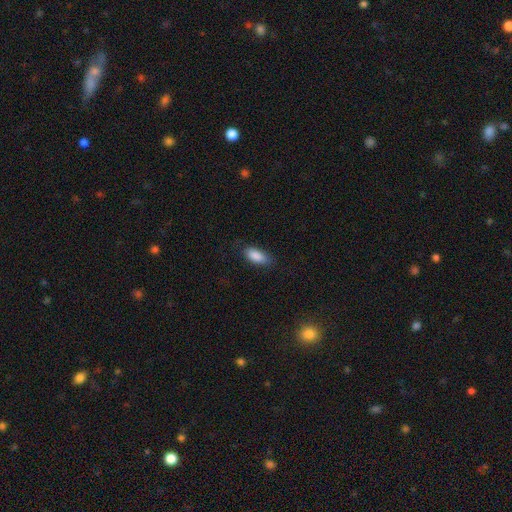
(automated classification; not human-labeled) Smooth or featured? smooth (88%)
How rounded? in between (86%)
Merging? none (79%)